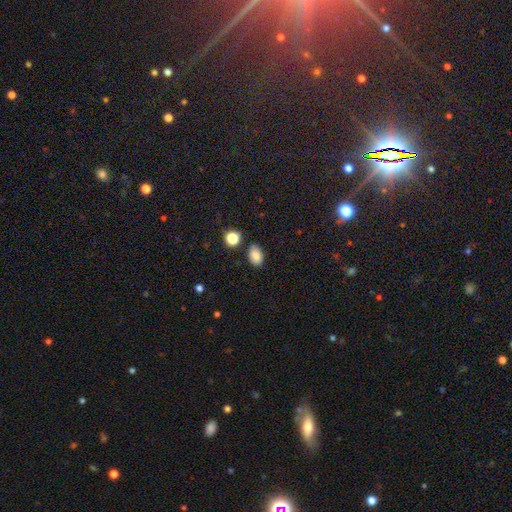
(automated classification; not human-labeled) smooth 84%, star or artifact 10%, featured or disk 5%. Down the decision tree: how rounded — in between (87%); merging — none (79%).